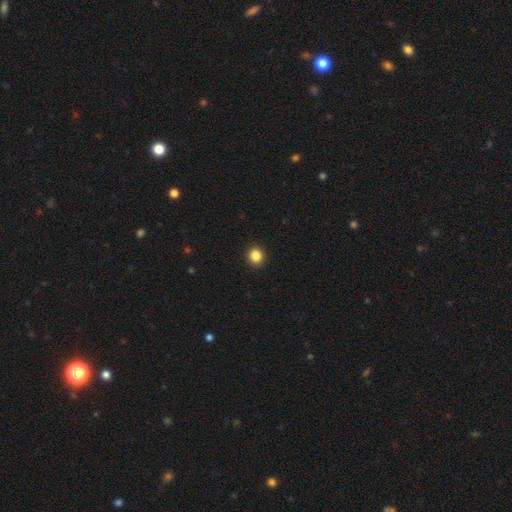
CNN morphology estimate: Overall: smooth (86%). How rounded: round (85%). Merging: none (93%).